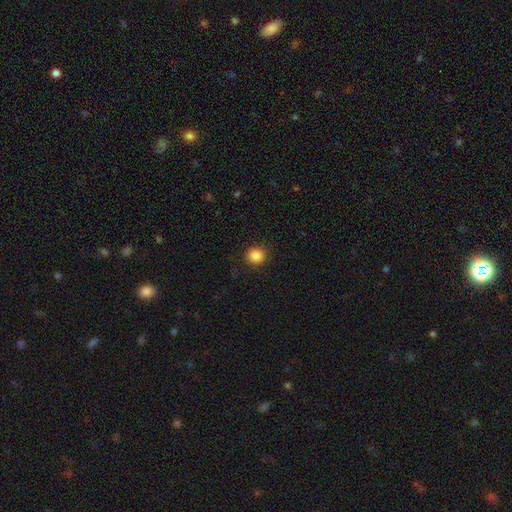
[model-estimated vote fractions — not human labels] Smooth or featured?
  - smooth: 85% *
  - star or artifact: 11%
  - featured or disk: 4%
How rounded?
  - round: 87% *
  - in between: 12%
  - cigar-shaped: 1%
Merging?
  - none: 90% *
  - minor disturbance: 7%
  - major disturbance: 2%
  - merger: 1%